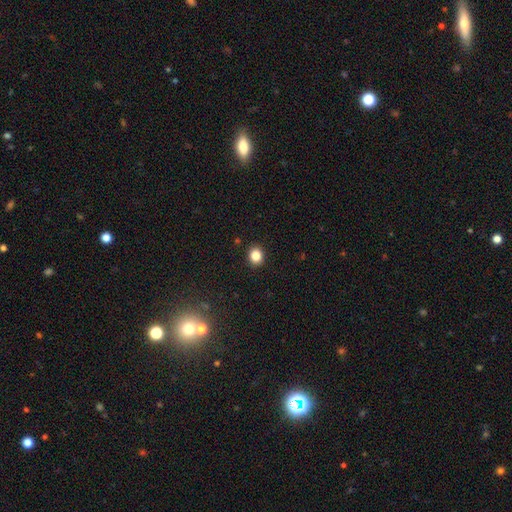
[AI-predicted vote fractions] Smooth or featured? Predicted: smooth (p=0.85). How rounded? Predicted: round (p=0.74). Merging? Predicted: none (p=0.91).